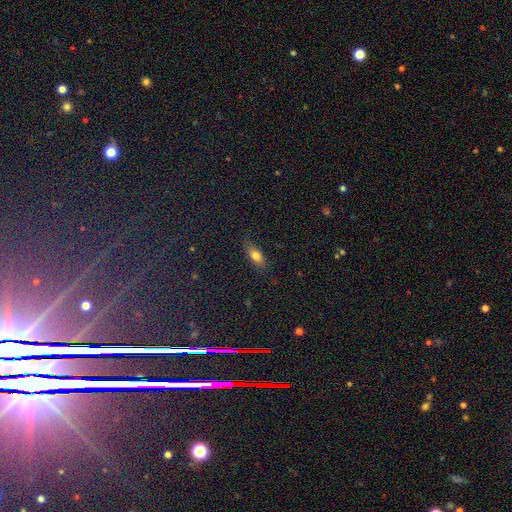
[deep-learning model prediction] Morphology: type=smooth (76%); roundness=in between (77%); merging=none (81%).